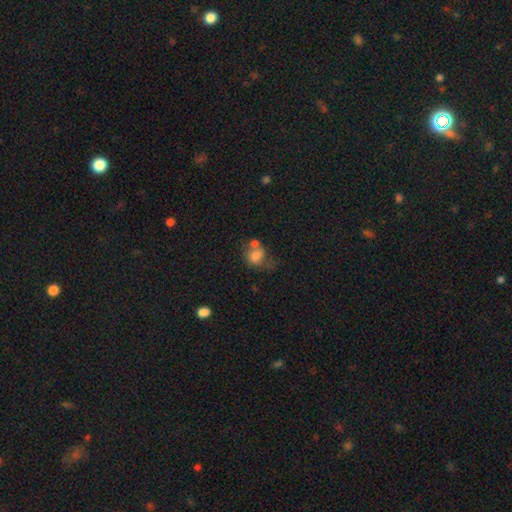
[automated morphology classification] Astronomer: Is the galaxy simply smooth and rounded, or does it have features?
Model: smooth — 71%.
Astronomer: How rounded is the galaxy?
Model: round — 52% (runner-up: in between, 47%).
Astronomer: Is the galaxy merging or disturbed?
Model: merger — 42% (runner-up: none, 28%).